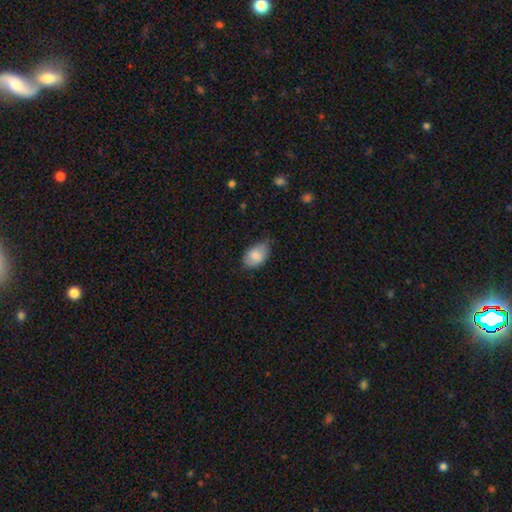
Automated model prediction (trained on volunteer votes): smooth_or_featured: smooth (p=0.82) [alt: featured or disk p=0.11]
how_rounded: in between (p=0.89) [alt: round p=0.09]
merging: none (p=0.55) [alt: minor disturbance p=0.37]